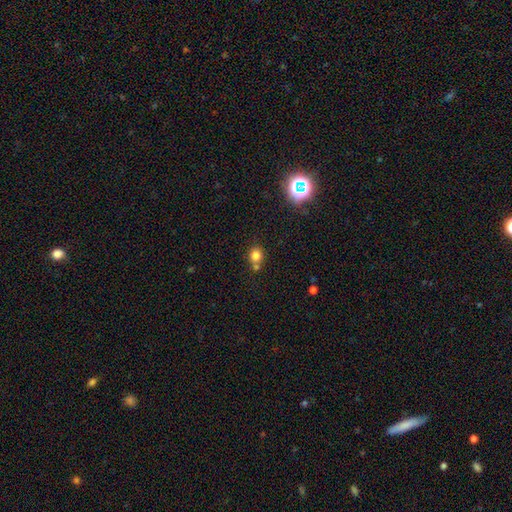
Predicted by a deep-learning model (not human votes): Q: Smooth or featured?
A: smooth (79%); runner-up: star or artifact (14%)
Q: How rounded?
A: round (81%); runner-up: in between (18%)
Q: Merging?
A: none (56%); runner-up: merger (30%)